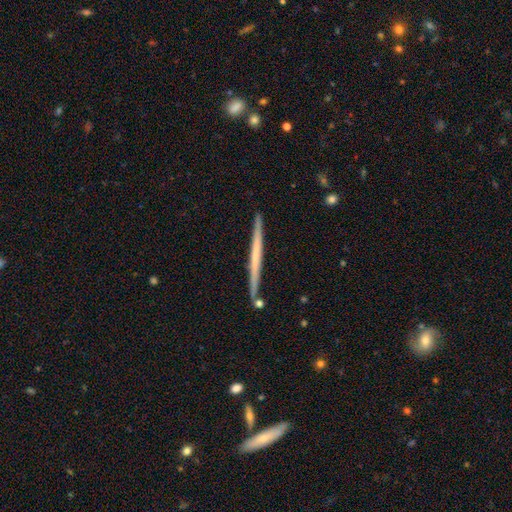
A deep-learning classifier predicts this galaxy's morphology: featured or disk 53%, smooth 42%, star or artifact 5%. Down the decision tree: edge-on disk — yes (98%); edge-on bulge — none (88%); merging — none (89%).